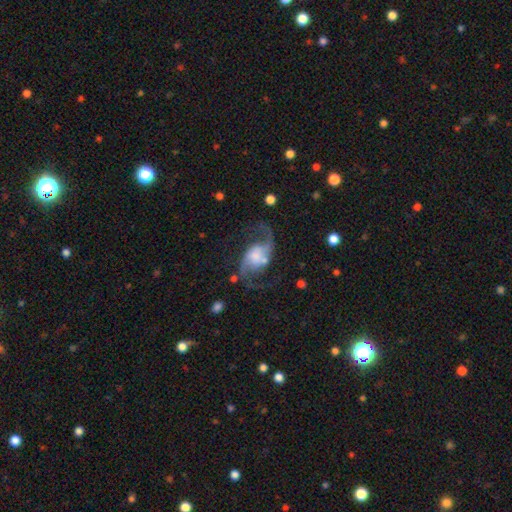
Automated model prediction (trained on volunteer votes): Smooth or featured? featured or disk (89%)
Edge-on disk? no (98%)
Bar? no (49%)
Spiral arms? yes (97%)
Spiral winding? loose (69%)
Spiral arm count? 2 (94%)
Bulge size? moderate (27%)
Merging? none (66%)